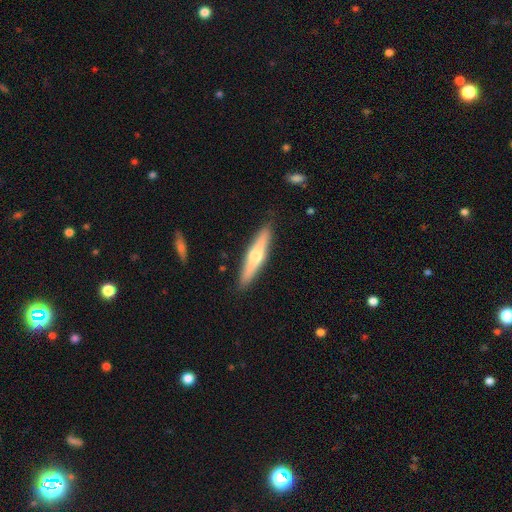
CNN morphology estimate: This appears to be a featured or disk galaxy (55%) viewed edge-on (94%) with a rounded central bulge (92%). Merging: none (89%).